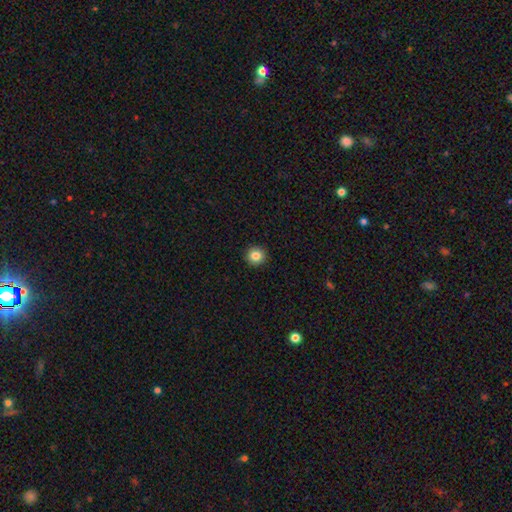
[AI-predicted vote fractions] The model was most divided on "smooth or featured": smooth: 84%, star or artifact: 10%, featured or disk: 6%. More confident: how rounded — round (95%); merging — none (93%).